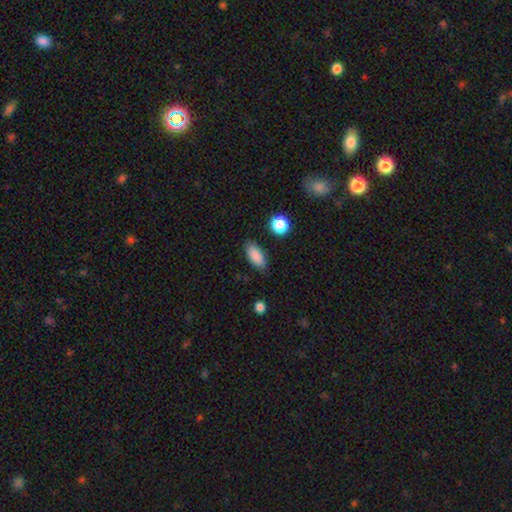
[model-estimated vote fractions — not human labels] Smooth or featured?
  - smooth: 87% *
  - star or artifact: 8%
  - featured or disk: 5%
How rounded?
  - in between: 85% *
  - cigar-shaped: 11%
  - round: 4%
Merging?
  - none: 84% *
  - minor disturbance: 12%
  - major disturbance: 3%
  - merger: 2%